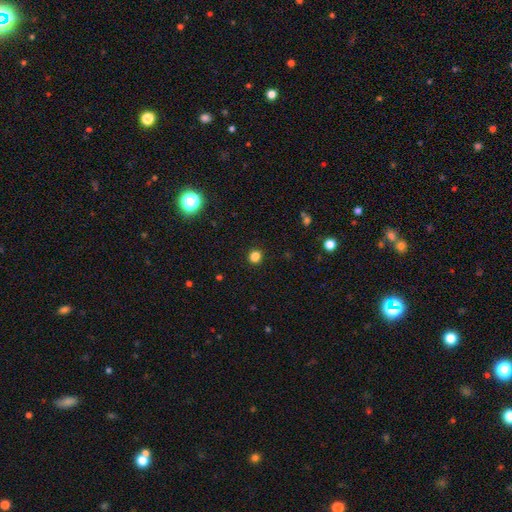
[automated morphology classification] The model was most divided on "smooth or featured": smooth: 82%, star or artifact: 14%, featured or disk: 3%. More confident: merging — none (90%); how rounded — round (84%).